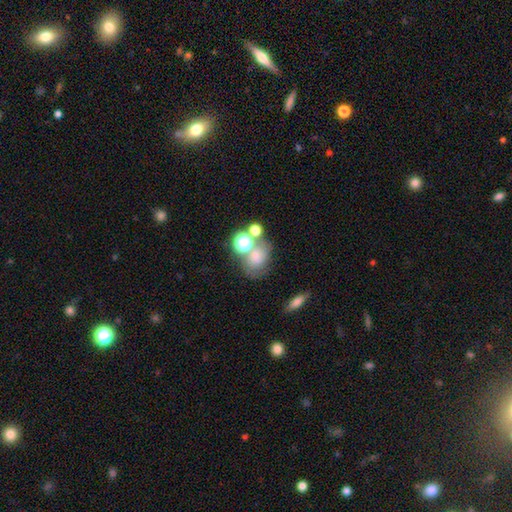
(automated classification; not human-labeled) This appears to be a smooth galaxy with no disk features (65%) that is round (52%). Merging: none (40%).